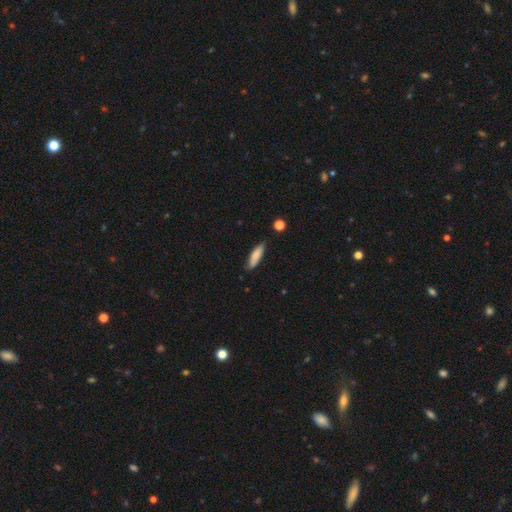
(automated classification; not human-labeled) Smooth or featured? Predicted: smooth (p=0.79). How rounded? Predicted: cigar-shaped (p=0.66). Merging? Predicted: none (p=0.80).